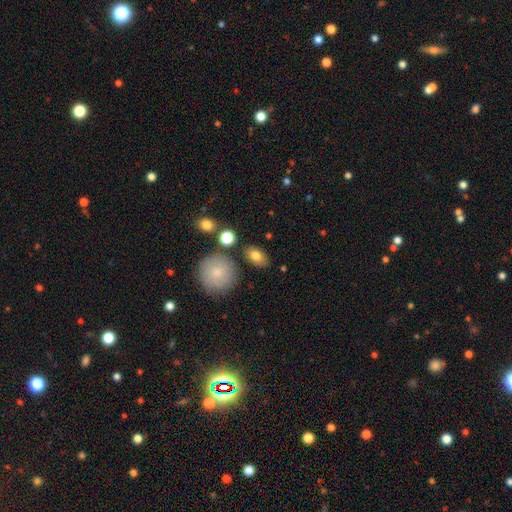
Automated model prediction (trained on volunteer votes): Smooth or featured? smooth (79%)
How rounded? in between (77%)
Merging? none (79%)